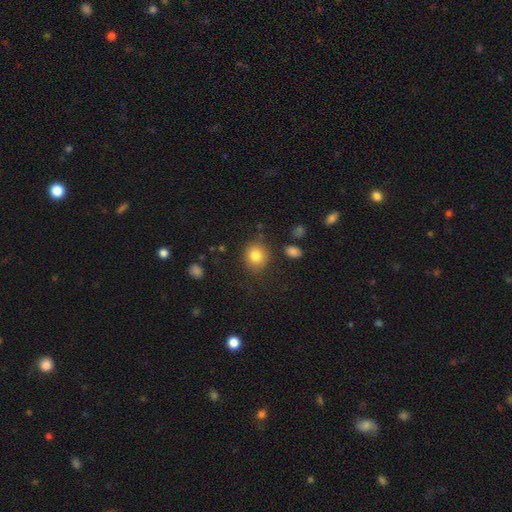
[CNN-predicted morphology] Q: Smooth or featured?
A: smooth (82%); runner-up: star or artifact (10%)
Q: How rounded?
A: round (82%); runner-up: in between (17%)
Q: Merging?
A: none (84%); runner-up: minor disturbance (10%)